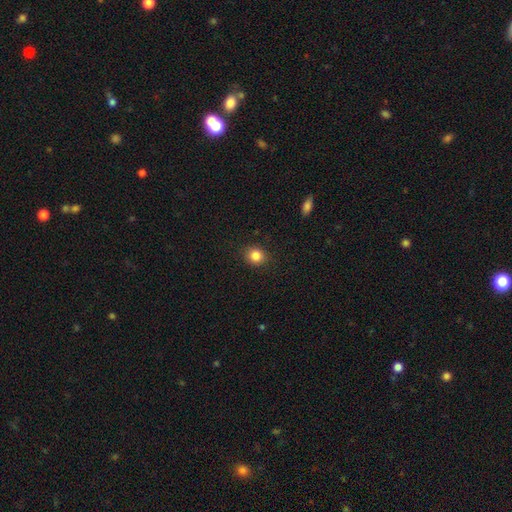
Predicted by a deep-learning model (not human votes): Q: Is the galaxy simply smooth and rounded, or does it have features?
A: smooth — 85%.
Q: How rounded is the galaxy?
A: round — 78%.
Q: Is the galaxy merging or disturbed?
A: none — 89%.